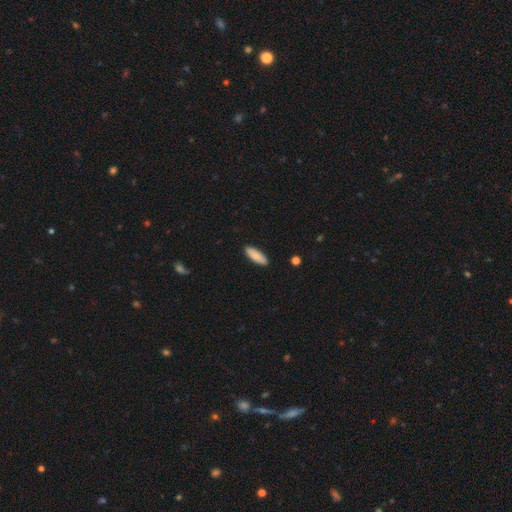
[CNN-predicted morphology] smooth 87%, featured or disk 8%, star or artifact 6%. Down the decision tree: how rounded — in between (61%); merging — none (89%).